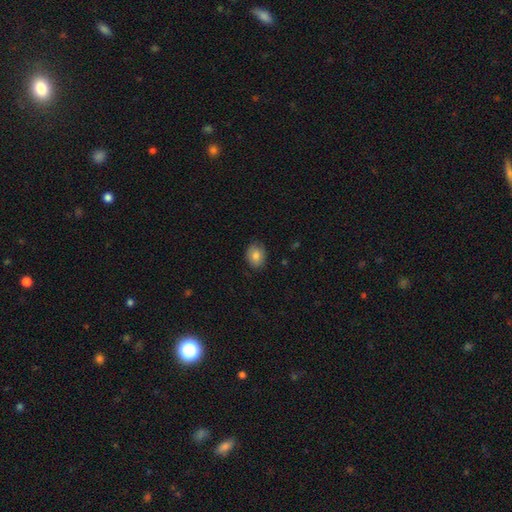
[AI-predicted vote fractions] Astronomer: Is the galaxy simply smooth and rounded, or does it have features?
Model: smooth — 83%.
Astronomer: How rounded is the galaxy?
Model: in between — 56% (runner-up: round, 43%).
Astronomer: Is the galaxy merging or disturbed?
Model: none — 83%.